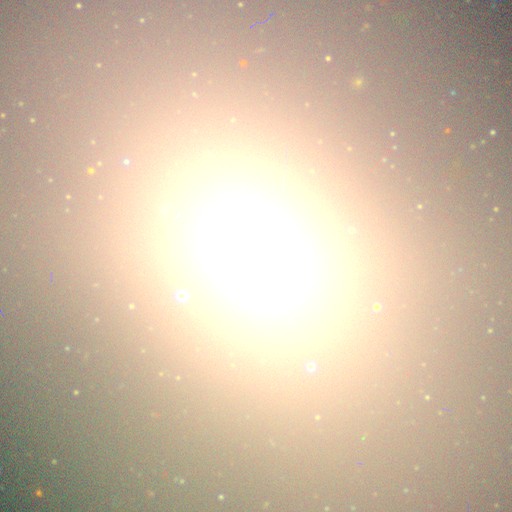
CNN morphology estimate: This appears to be a smooth galaxy with no disk features (58%) that is round (51%). Merging: none (78%).